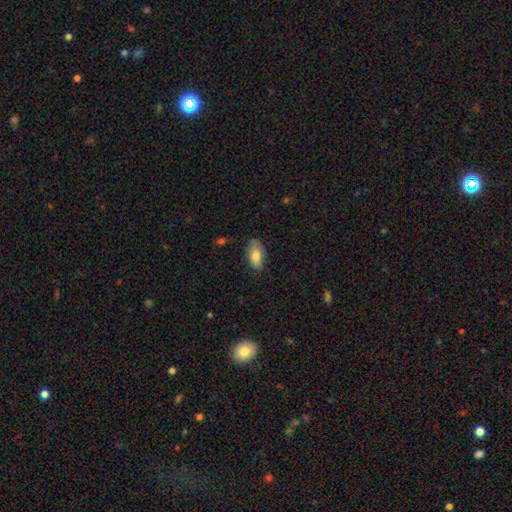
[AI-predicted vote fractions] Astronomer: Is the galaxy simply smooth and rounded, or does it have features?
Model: smooth — 78%.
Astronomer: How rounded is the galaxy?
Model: in between — 92%.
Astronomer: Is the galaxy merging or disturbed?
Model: none — 79%.